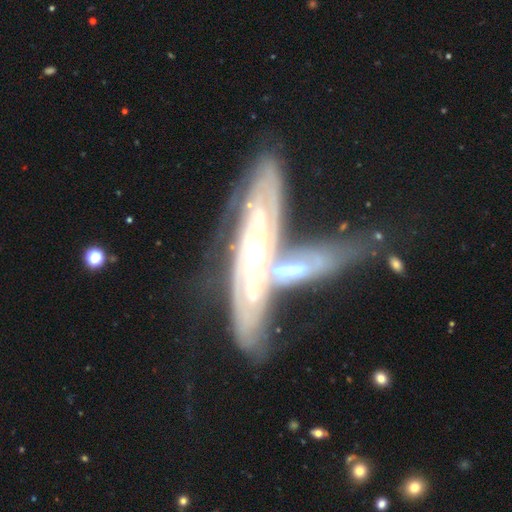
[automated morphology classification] smooth_or_featured: featured or disk (p=0.85) [alt: smooth p=0.09]
disk_edge_on: no (p=0.70) [alt: yes p=0.30]
bar: no (p=0.58) [alt: weak p=0.25]
has_spiral_arms: yes (p=0.88) [alt: no p=0.12]
spiral_winding: tight (p=0.70) [alt: medium p=0.23]
spiral_arm_count: can't tell (p=0.51) [alt: 2 p=0.26]
bulge_size: moderate (p=0.52) [alt: small p=0.37]
merging: merger (p=0.45) [alt: none p=0.32]